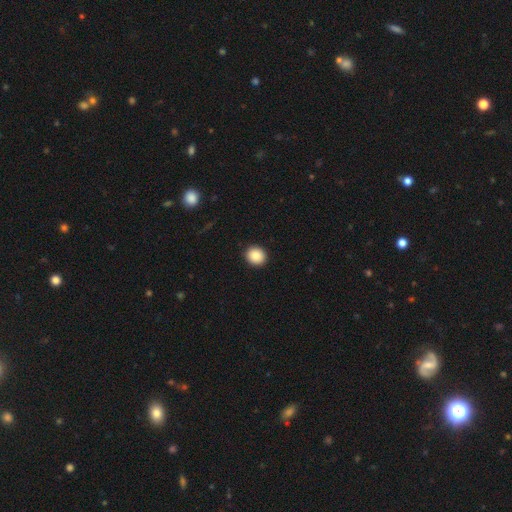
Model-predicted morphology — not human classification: type=smooth (88%); roundness=round (82%); merging=none (93%).